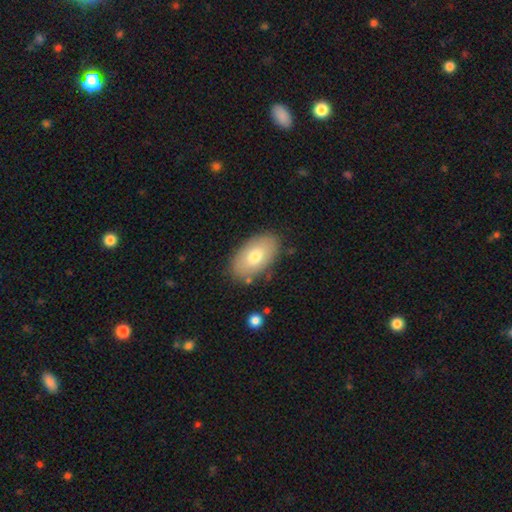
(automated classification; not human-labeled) Q: Smooth or featured?
A: smooth (68%); runner-up: featured or disk (23%)
Q: How rounded?
A: in between (92%); runner-up: round (6%)
Q: Merging?
A: none (85%); runner-up: minor disturbance (10%)